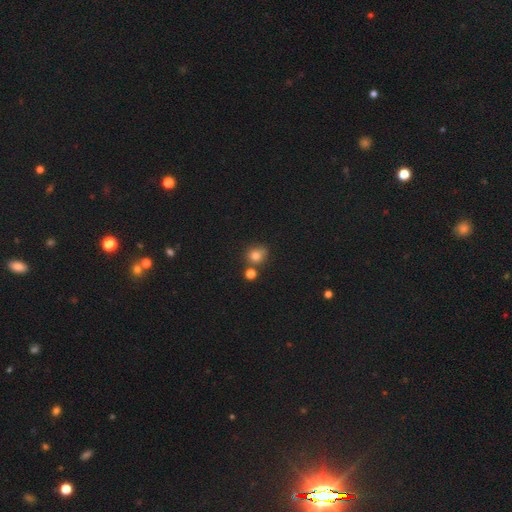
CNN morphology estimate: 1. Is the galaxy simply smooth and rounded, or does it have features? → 79% smooth, 14% star or artifact, 7% featured or disk.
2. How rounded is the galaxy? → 80% round, 19% in between, 1% cigar-shaped.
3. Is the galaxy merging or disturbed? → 63% none, 18% merger, 15% minor disturbance, 4% major disturbance.